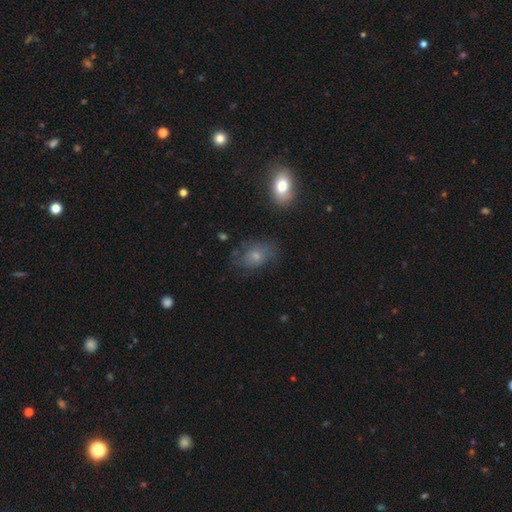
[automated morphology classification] type=smooth (56%); roundness=in between (75%); merging=none (61%).